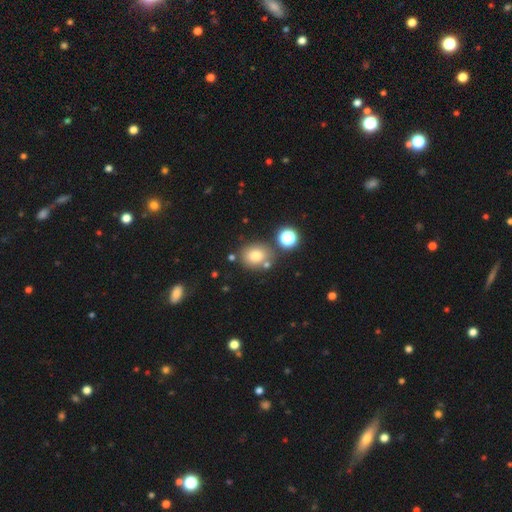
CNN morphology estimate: This appears to be a smooth galaxy with no disk features (76%) that is round (63%). Merging: none (72%).